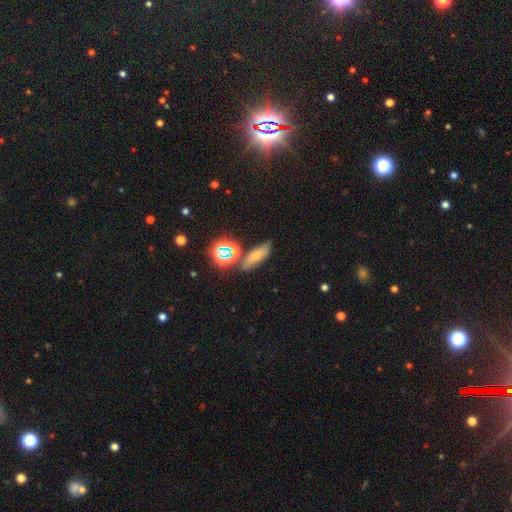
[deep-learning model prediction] This appears to be a smooth galaxy with no disk features (59%) that is in between round and cigar-shaped (56%). Merging: none (67%).